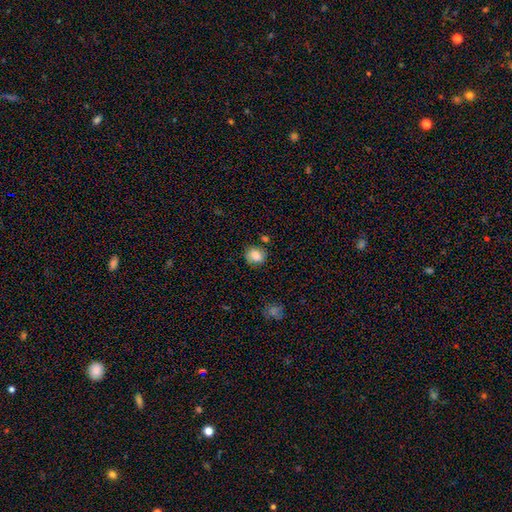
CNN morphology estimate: Smooth or featured? Predicted: smooth (p=0.79). How rounded? Predicted: round (p=0.67). Merging? Predicted: none (p=0.74).